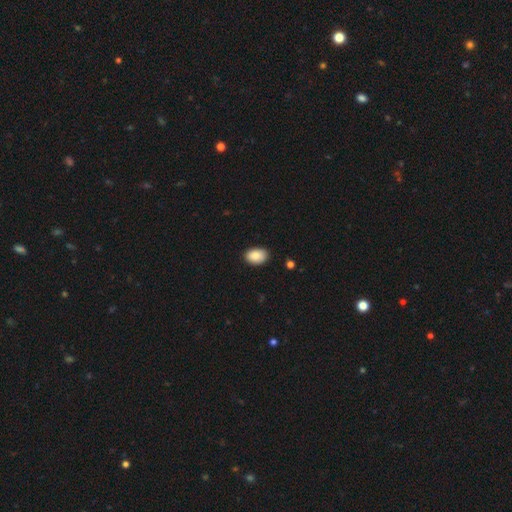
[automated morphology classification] smooth 88%, star or artifact 7%, featured or disk 5%. Down the decision tree: how rounded — in between (86%); merging — none (86%).